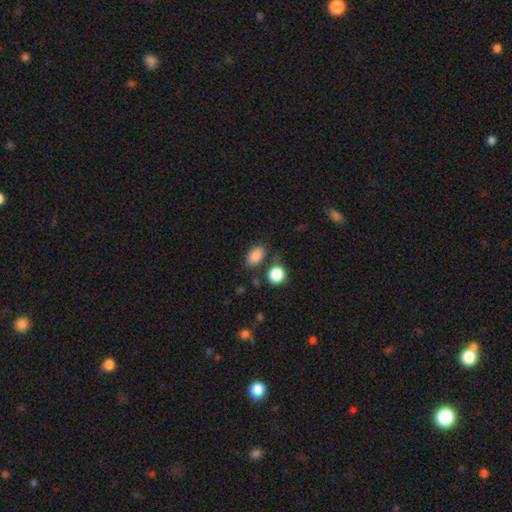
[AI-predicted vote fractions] This appears to be a smooth galaxy with no disk features (86%) that is in between round and cigar-shaped (85%). Merging: none (75%).